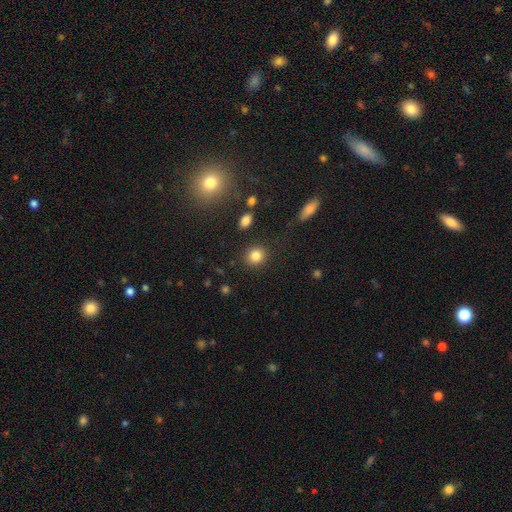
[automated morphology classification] Smooth or featured: smooth — 84% (star or artifact — 10%)
How rounded: round — 84% (in between — 15%)
Merging: none — 88% (minor disturbance — 7%)